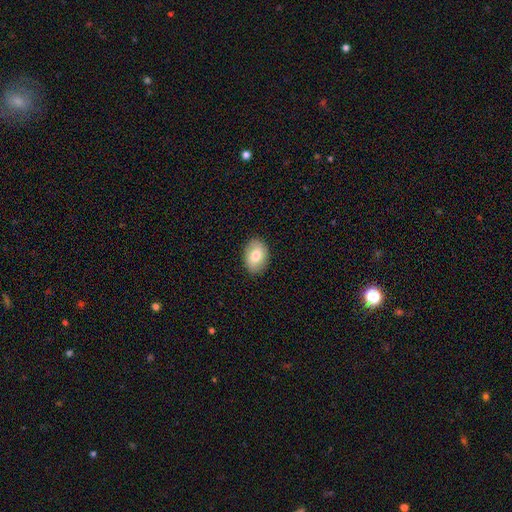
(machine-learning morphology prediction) Overall: smooth (78%). How rounded: in between (81%). Merging: none (88%).